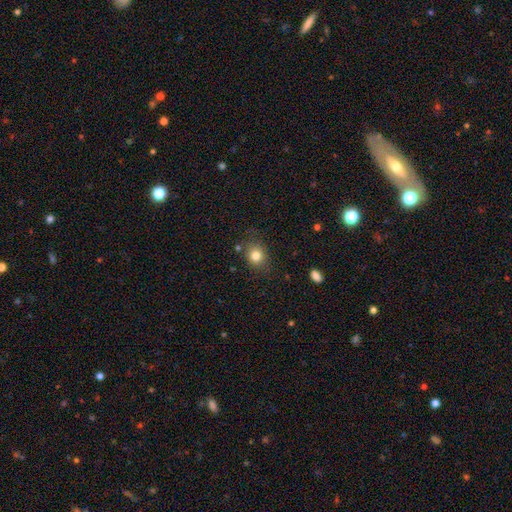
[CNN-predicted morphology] Overall: smooth (81%). How rounded: round (68%; in between 31%). Merging: none (79%).